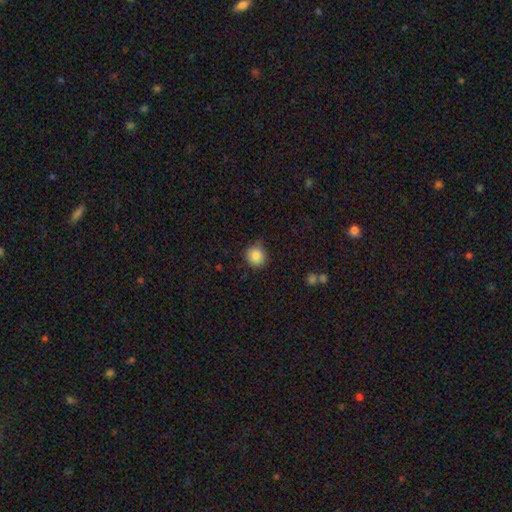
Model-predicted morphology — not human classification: type=smooth (85%); roundness=round (90%); merging=none (77%).